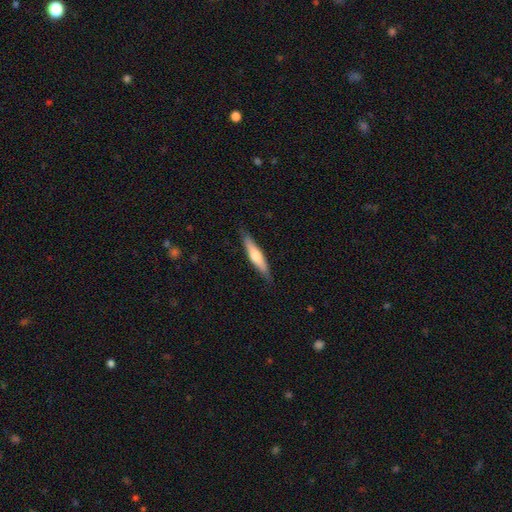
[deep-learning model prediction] This is possibly a smooth galaxy (55%). How rounded: clearly cigar-shaped (82%). Merging: clearly none (84%).